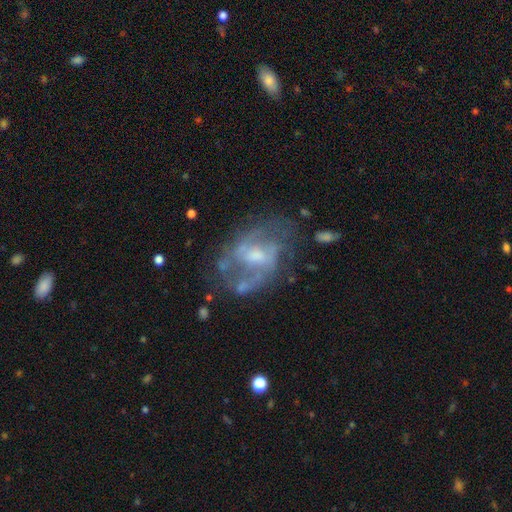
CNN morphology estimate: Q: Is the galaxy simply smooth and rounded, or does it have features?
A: featured or disk — 78%.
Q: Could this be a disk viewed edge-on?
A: no — 97%.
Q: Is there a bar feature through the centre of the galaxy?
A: weak — 45%.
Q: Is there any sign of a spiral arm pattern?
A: yes — 72%.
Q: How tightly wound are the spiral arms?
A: medium — 47%.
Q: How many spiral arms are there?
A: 2 — 56%.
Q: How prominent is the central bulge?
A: moderate — 47%.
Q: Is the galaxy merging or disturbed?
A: none — 56%.